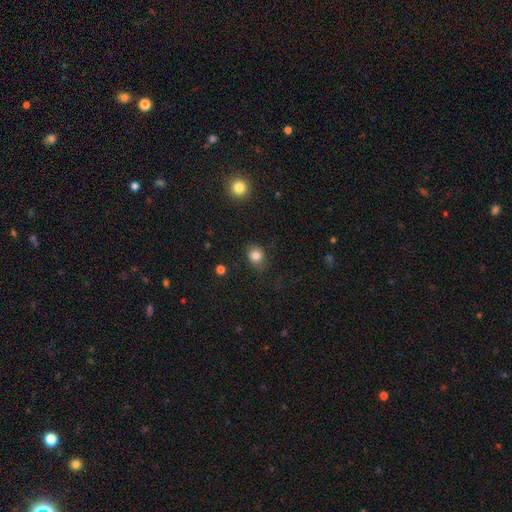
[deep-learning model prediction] smooth 83%, star or artifact 11%, featured or disk 6%. Down the decision tree: how rounded — round (70%); merging — none (79%).